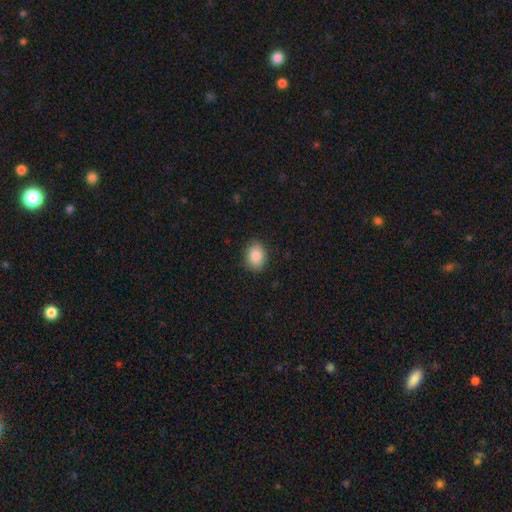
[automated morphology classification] This appears to be a smooth galaxy with no disk features (88%) that is in between round and cigar-shaped (69%). Merging: none (86%).